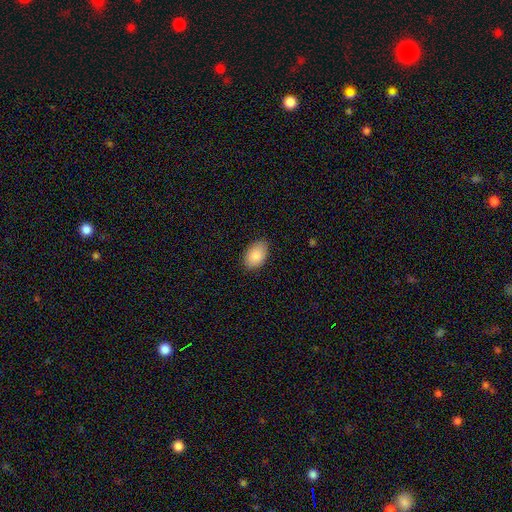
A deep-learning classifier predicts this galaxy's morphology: Smooth or featured: smooth — 88% (star or artifact — 6%)
How rounded: in between — 91% (round — 8%)
Merging: none — 83% (minor disturbance — 14%)